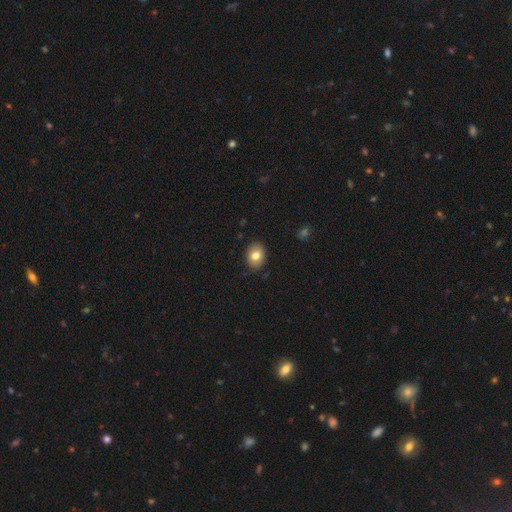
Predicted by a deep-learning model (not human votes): Smooth or featured: smooth — 79% (featured or disk — 12%)
How rounded: in between — 59% (round — 40%)
Merging: none — 87% (minor disturbance — 11%)